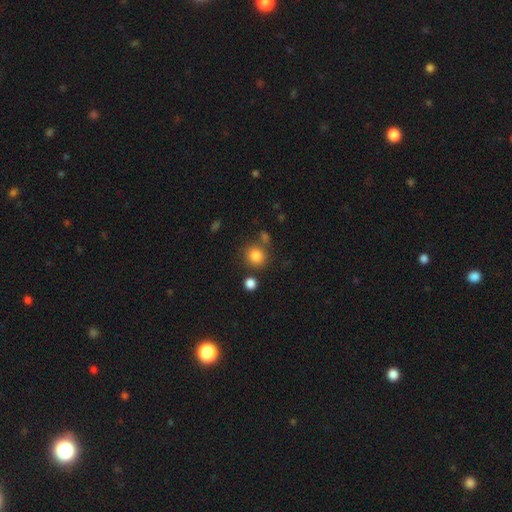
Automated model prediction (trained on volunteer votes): smooth_or_featured: smooth (p=0.83) [alt: star or artifact p=0.11]
how_rounded: round (p=0.86) [alt: in between p=0.13]
merging: none (p=0.75) [alt: merger p=0.11]